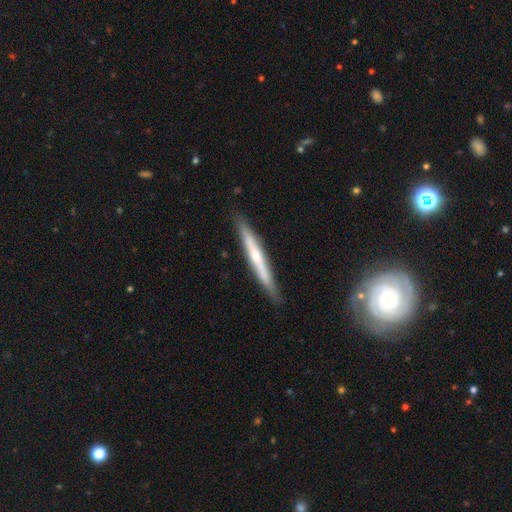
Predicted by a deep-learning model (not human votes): This appears to be a featured or disk galaxy (57%) viewed edge-on (96%) with a rounded central bulge (53%). Merging: none (88%).